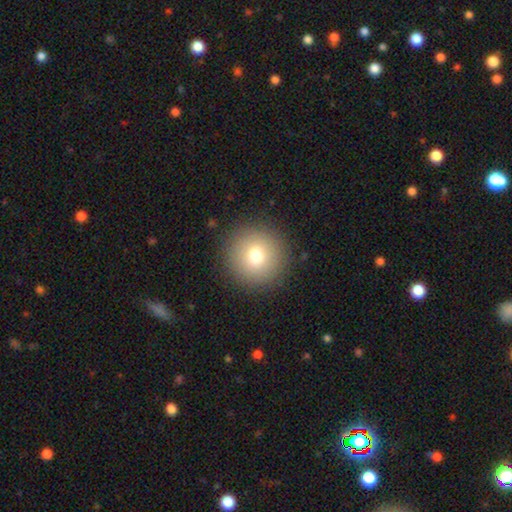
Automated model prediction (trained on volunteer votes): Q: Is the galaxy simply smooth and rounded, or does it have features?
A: smooth — 75%.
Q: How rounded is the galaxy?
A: round — 97%.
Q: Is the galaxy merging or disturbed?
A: none — 91%.